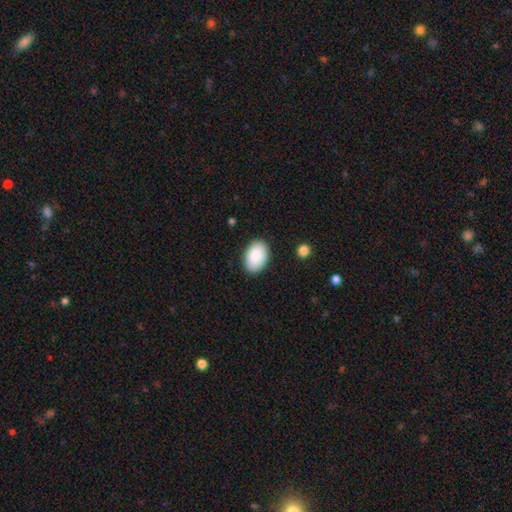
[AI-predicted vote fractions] This appears to be a smooth galaxy with no disk features (90%) that is in between round and cigar-shaped (92%). Merging: none (88%).